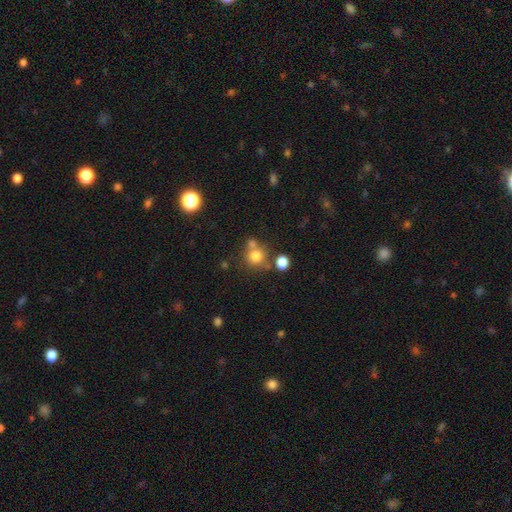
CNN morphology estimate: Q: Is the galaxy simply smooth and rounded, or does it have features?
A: smooth — 76%.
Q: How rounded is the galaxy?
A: round — 88%.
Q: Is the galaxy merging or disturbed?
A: none — 60%.